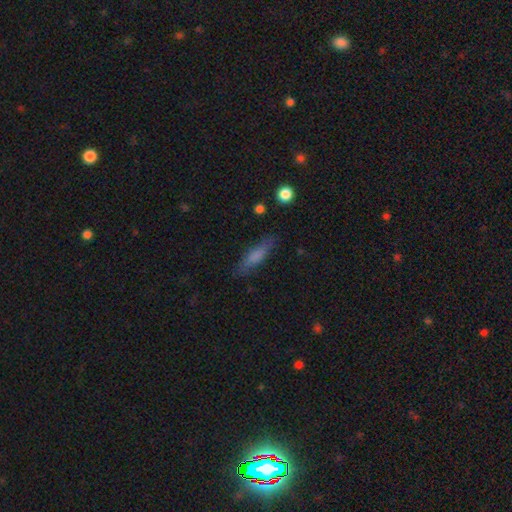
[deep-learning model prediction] Smooth or featured? Predicted: smooth (p=0.70). How rounded? Predicted: cigar-shaped (p=0.71). Merging? Predicted: none (p=0.80).